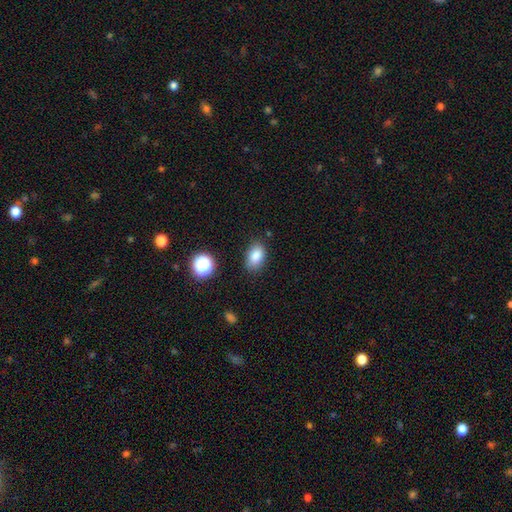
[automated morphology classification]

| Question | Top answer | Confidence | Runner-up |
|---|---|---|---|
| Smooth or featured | smooth | 84% | star or artifact (10%) |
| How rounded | in between | 85% | round (13%) |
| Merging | none | 81% | minor disturbance (14%) |